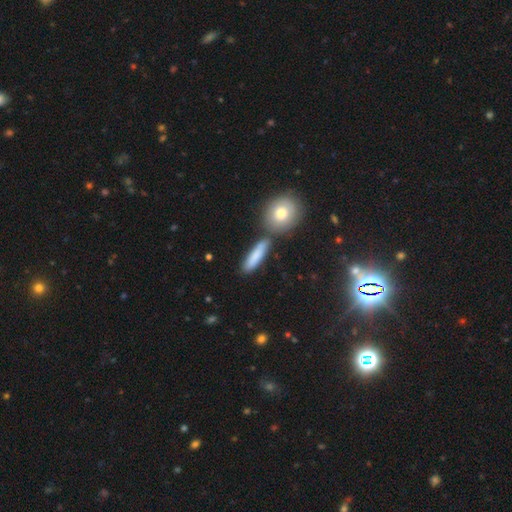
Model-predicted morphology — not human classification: A smooth galaxy with no disk features (81%) that is cigar-shaped (67%). Merging: none (72%).